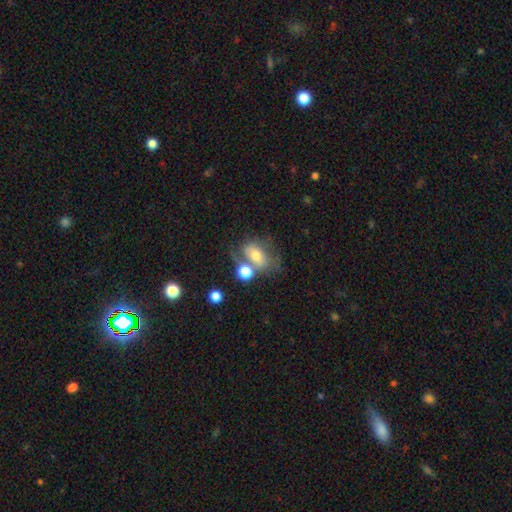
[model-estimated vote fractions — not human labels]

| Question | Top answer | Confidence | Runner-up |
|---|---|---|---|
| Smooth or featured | smooth | 61% | featured or disk (28%) |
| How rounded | in between | 74% | round (24%) |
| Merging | merger | 36% | none (35%) |